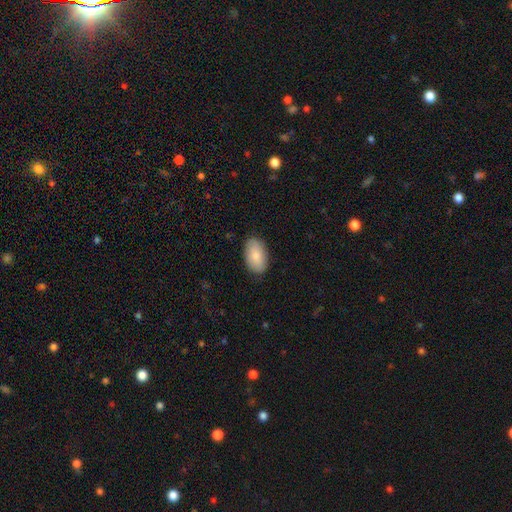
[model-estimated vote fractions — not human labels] The model was most divided on "merging": none: 87%, minor disturbance: 10%, major disturbance: 2%, merger: 1%. More confident: how rounded — in between (94%); smooth or featured — smooth (86%).